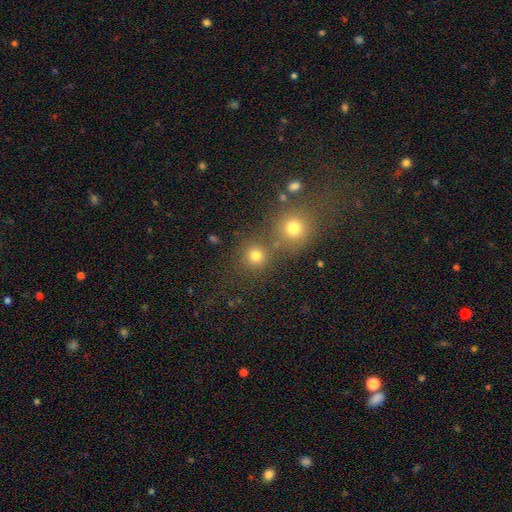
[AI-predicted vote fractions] smooth_or_featured: smooth (p=0.77) [alt: star or artifact p=0.17]
how_rounded: round (p=0.90) [alt: in between p=0.09]
merging: none (p=0.68) [alt: merger p=0.21]